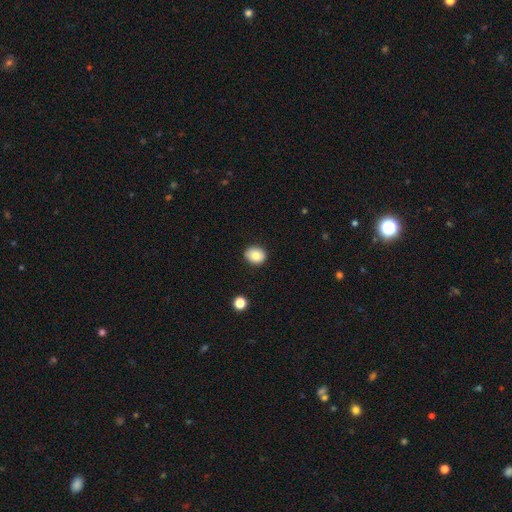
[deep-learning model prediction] Q: Smooth or featured?
A: smooth (82%); runner-up: featured or disk (9%)
Q: How rounded?
A: round (63%); runner-up: in between (36%)
Q: Merging?
A: none (89%); runner-up: minor disturbance (8%)